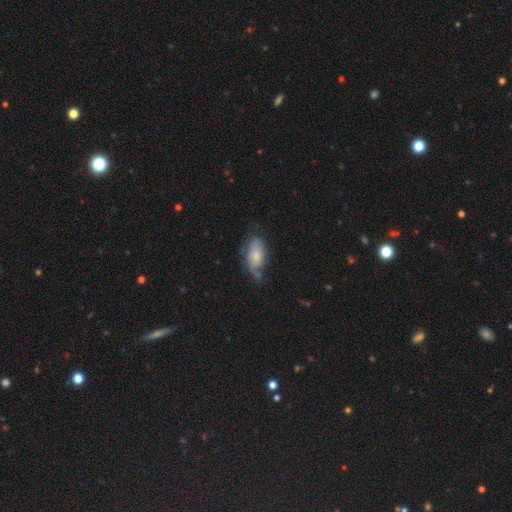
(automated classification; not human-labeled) smooth 57%, featured or disk 36%, star or artifact 7%. Down the decision tree: how rounded — in between (91%); merging — none (45%).